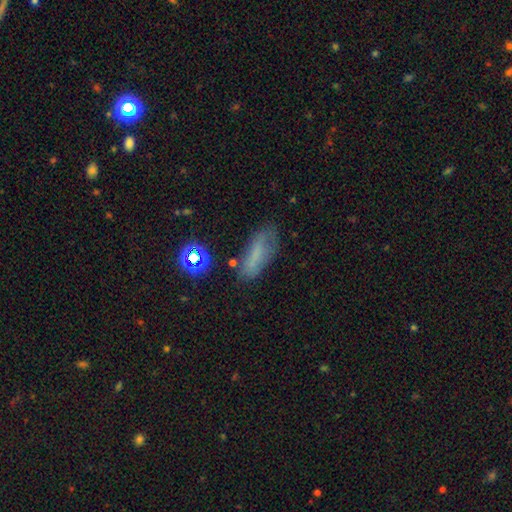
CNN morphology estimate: A smooth galaxy with no disk features (63%) that is in between round and cigar-shaped (57%). Merging: none (62%).